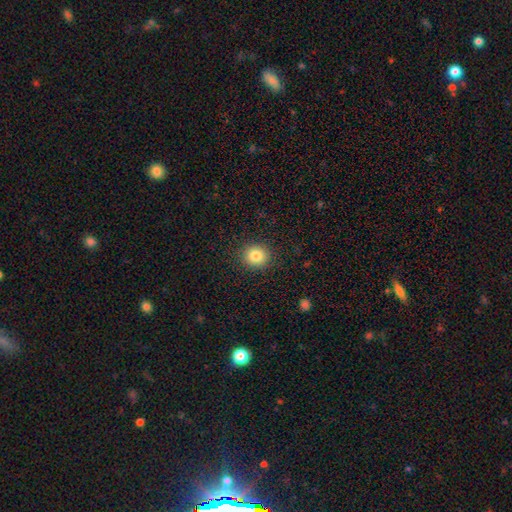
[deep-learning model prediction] Smooth or featured? Predicted: smooth (p=0.84). How rounded? Predicted: round (p=0.86). Merging? Predicted: none (p=0.90).